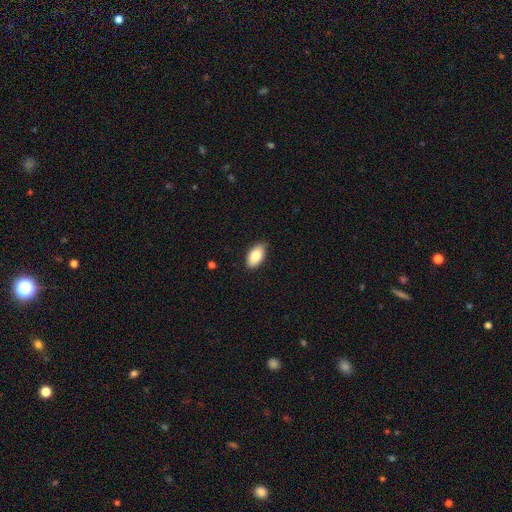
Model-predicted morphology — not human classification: This appears to be a smooth galaxy with no disk features (83%) that is in between round and cigar-shaped (94%). Merging: none (84%).